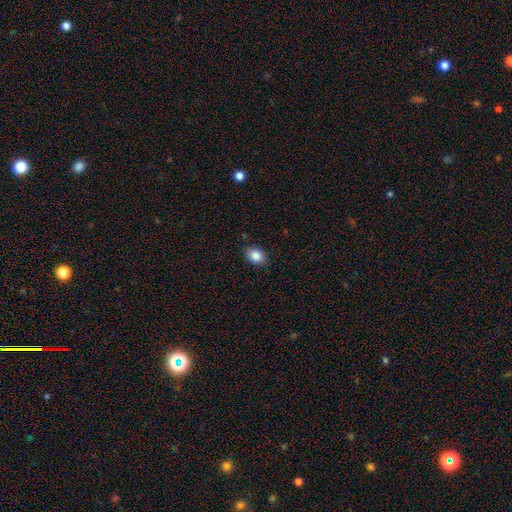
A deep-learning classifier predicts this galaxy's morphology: smooth 86%, star or artifact 9%, featured or disk 5%. Down the decision tree: how rounded — in between (71%); merging — none (88%).